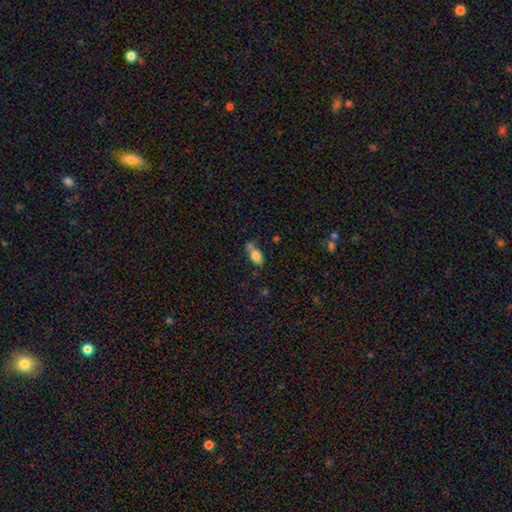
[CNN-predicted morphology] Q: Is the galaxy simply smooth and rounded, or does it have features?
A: smooth — 79%.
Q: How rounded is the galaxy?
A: in between — 88%.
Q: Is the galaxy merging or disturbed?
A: none — 47%.